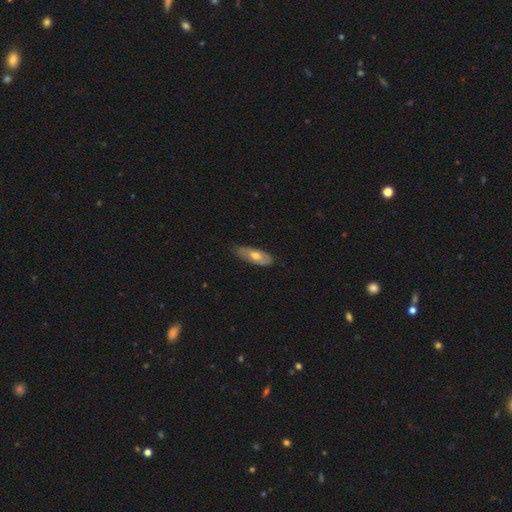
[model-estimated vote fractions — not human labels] Smooth or featured? Predicted: smooth (p=0.55). How rounded? Predicted: in between (p=0.77). Merging? Predicted: none (p=0.69).